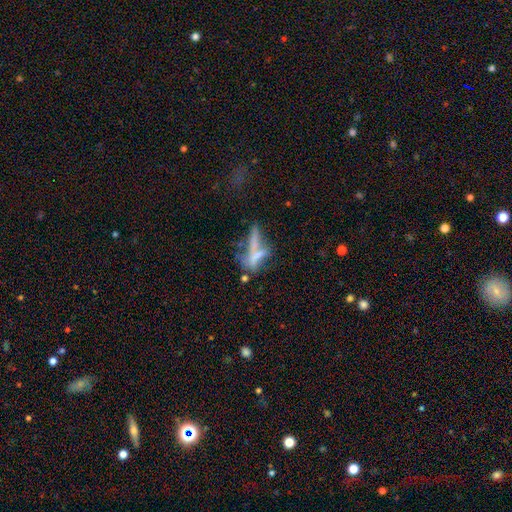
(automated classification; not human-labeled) The model was most divided on "merging": merger: 34%, none: 32%, major disturbance: 21%, minor disturbance: 14%. Remaining: smooth or featured — featured or disk (45%).